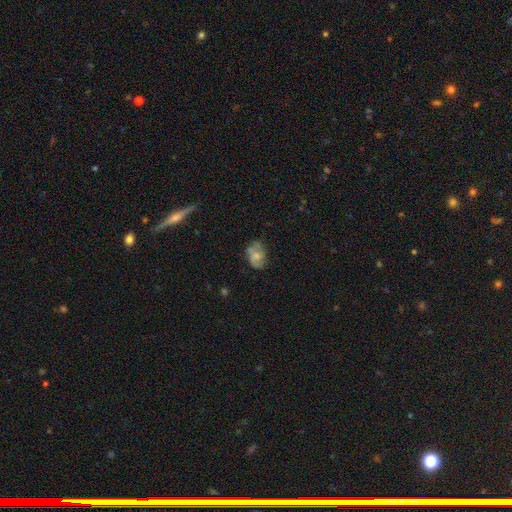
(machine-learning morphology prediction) This appears to be a smooth galaxy with no disk features (50%). Merging: none (50%).